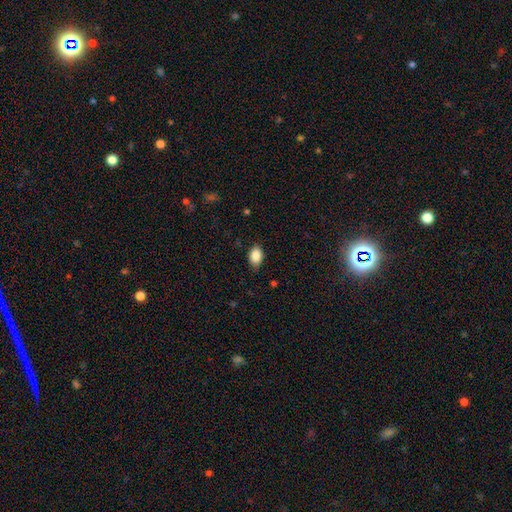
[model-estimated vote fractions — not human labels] smooth_or_featured: smooth (p=0.88) [alt: star or artifact p=0.08]
how_rounded: in between (p=0.88) [alt: round p=0.11]
merging: none (p=0.81) [alt: minor disturbance p=0.15]